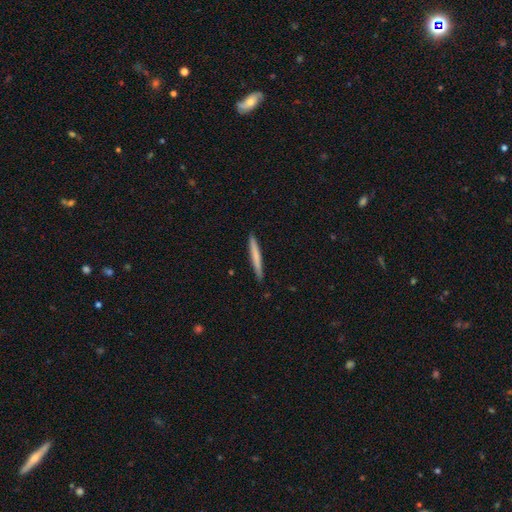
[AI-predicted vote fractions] Smooth or featured: smooth — 67% (featured or disk — 28%)
How rounded: cigar-shaped — 97% (in between — 2%)
Merging: none — 91% (minor disturbance — 6%)